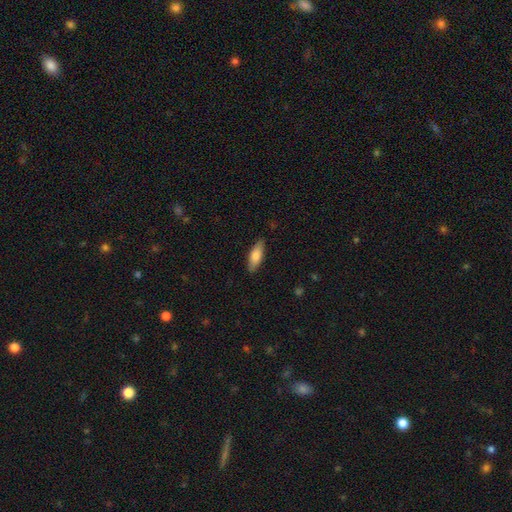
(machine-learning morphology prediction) Q: Smooth or featured?
A: smooth (76%); runner-up: featured or disk (18%)
Q: How rounded?
A: in between (59%); runner-up: cigar-shaped (39%)
Q: Merging?
A: none (85%); runner-up: minor disturbance (12%)